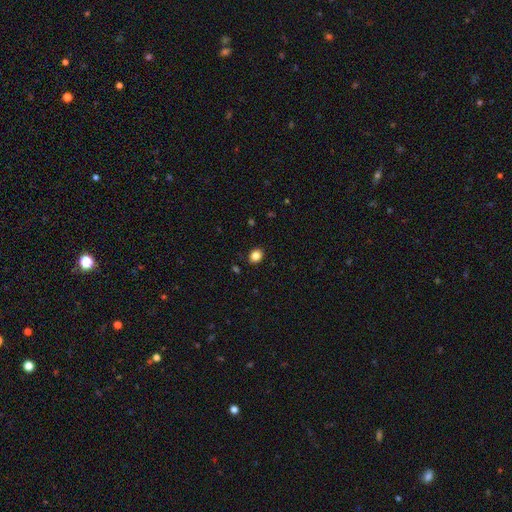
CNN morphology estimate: Smooth or featured: smooth — 85% (star or artifact — 11%)
How rounded: round — 53% (in between — 46%)
Merging: none — 89% (minor disturbance — 8%)